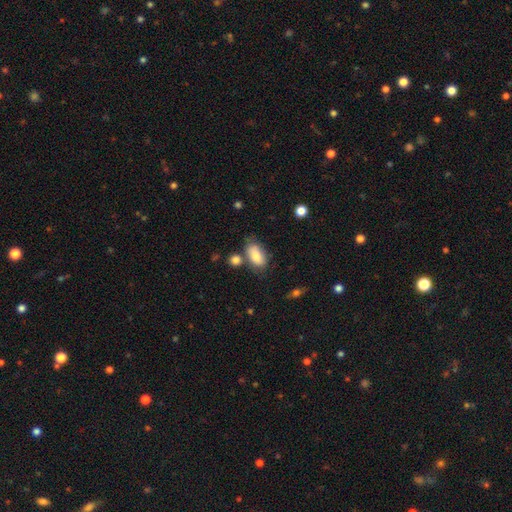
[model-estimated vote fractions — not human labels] smooth_or_featured: smooth (p=0.81) [alt: featured or disk p=0.12]
how_rounded: in between (p=0.91) [alt: round p=0.06]
merging: none (p=0.62) [alt: minor disturbance p=0.19]